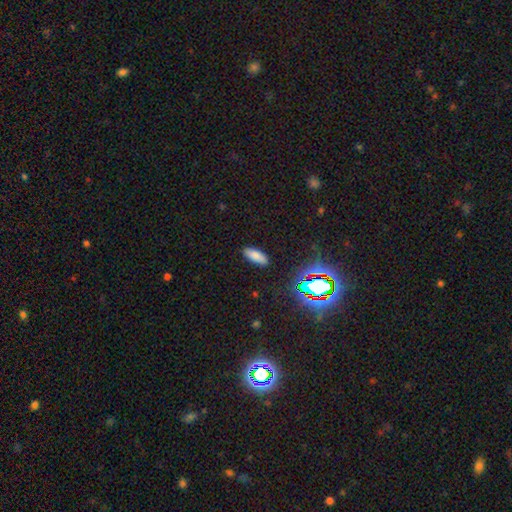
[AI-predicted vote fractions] Q: Smooth or featured?
A: smooth (78%); runner-up: star or artifact (14%)
Q: How rounded?
A: in between (78%); runner-up: cigar-shaped (20%)
Q: Merging?
A: none (87%); runner-up: minor disturbance (9%)